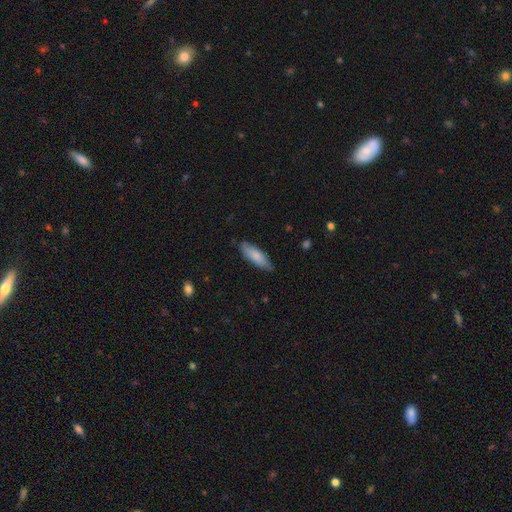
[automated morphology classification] smooth_or_featured: smooth (p=0.80) [alt: featured or disk p=0.14]
how_rounded: in between (p=0.54) [alt: cigar-shaped p=0.45]
merging: none (p=0.79) [alt: minor disturbance p=0.17]